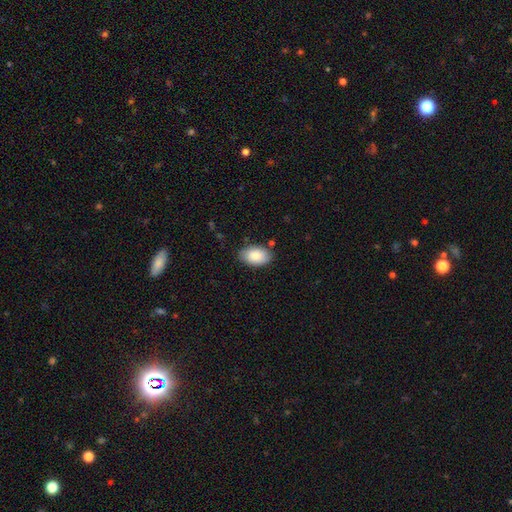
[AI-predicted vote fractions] Morphology: type=smooth (87%); roundness=in between (92%); merging=none (82%).